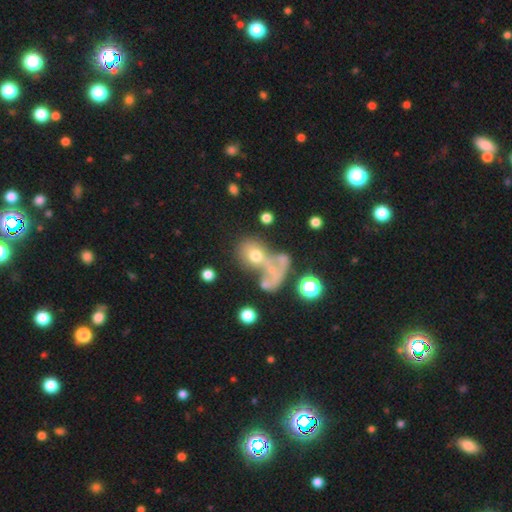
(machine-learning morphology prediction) This appears to be a smooth galaxy with no disk features (53%) that is round (60%). Merging: merger (46%).